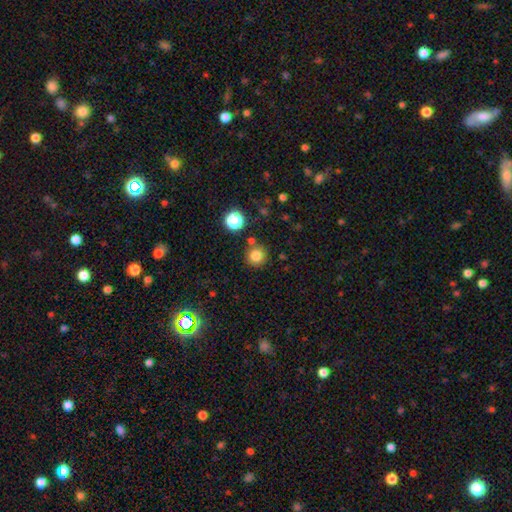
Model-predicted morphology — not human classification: A smooth galaxy with no disk features (80%) that is round (93%).

Vote fractions:
- Smooth or featured? smooth: 80% / star or artifact: 14% / featured or disk: 6%
- How rounded? round: 93% / in between: 6% / cigar-shaped: 1%
- Merging? none: 80% / minor disturbance: 9% / merger: 8% / major disturbance: 3%